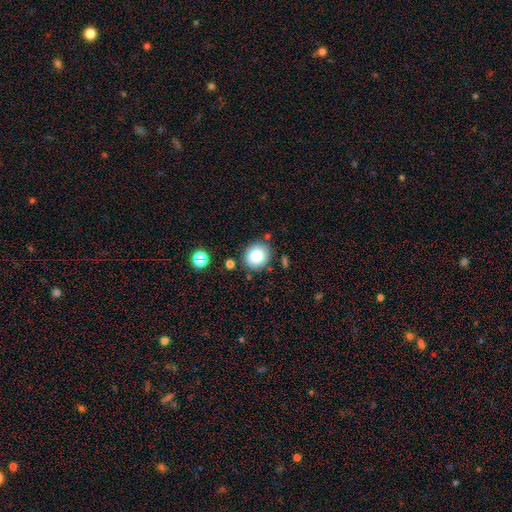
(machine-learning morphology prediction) Smooth or featured? Predicted: smooth (p=0.83). How rounded? Predicted: round (p=0.84). Merging? Predicted: none (p=0.80).